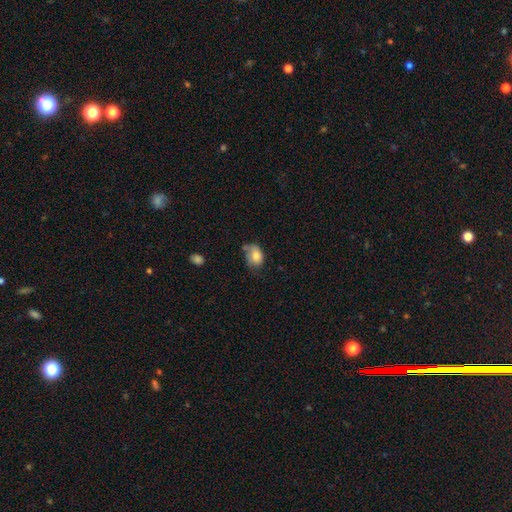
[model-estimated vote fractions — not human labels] Smooth or featured? smooth (75%)
How rounded? in between (75%)
Merging? minor disturbance (38%)